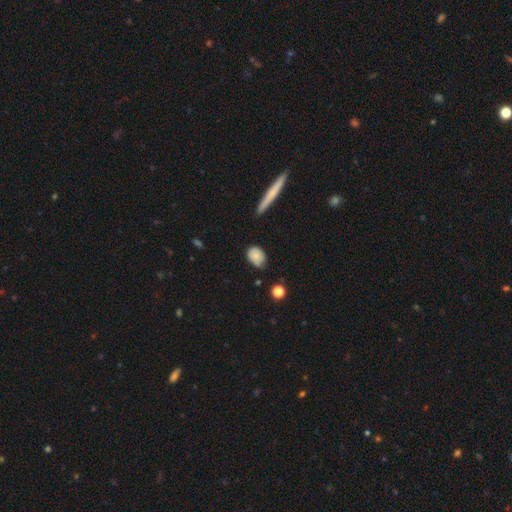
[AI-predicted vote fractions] Morphology: type=smooth (80%); roundness=in between (67%); merging=none (59%).